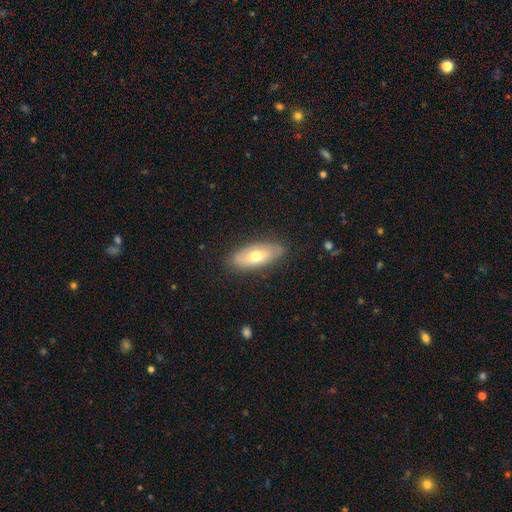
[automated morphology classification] Smooth or featured? Predicted: smooth (p=0.58). How rounded? Predicted: in between (p=0.81). Merging? Predicted: none (p=0.85).